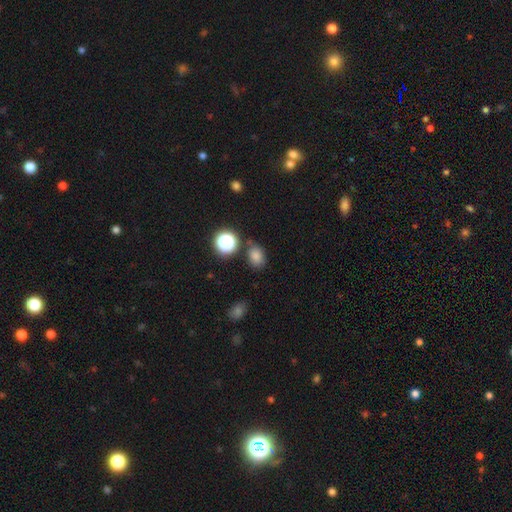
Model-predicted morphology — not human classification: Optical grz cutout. It shows a smooth galaxy with no disk features (70%) that is in between round and cigar-shaped (56%). Merging: none (78%).